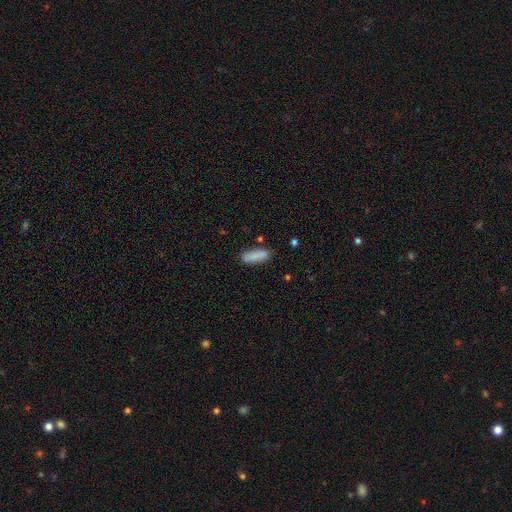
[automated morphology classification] Smooth or featured: smooth — 87% (star or artifact — 7%)
How rounded: in between — 52% (cigar-shaped — 46%)
Merging: none — 83% (minor disturbance — 12%)